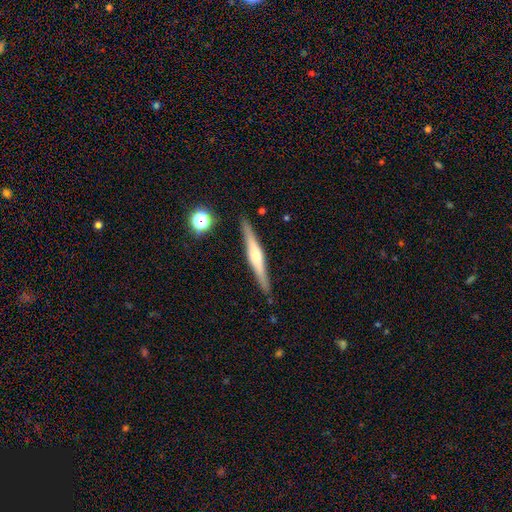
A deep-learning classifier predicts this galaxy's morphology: smooth_or_featured: featured or disk (p=0.67) [alt: smooth p=0.26]
disk_edge_on: yes (p=0.97) [alt: no p=0.03]
edge_on_bulge: rounded (p=0.78) [alt: boxy p=0.13]
merging: none (p=0.90) [alt: minor disturbance p=0.07]